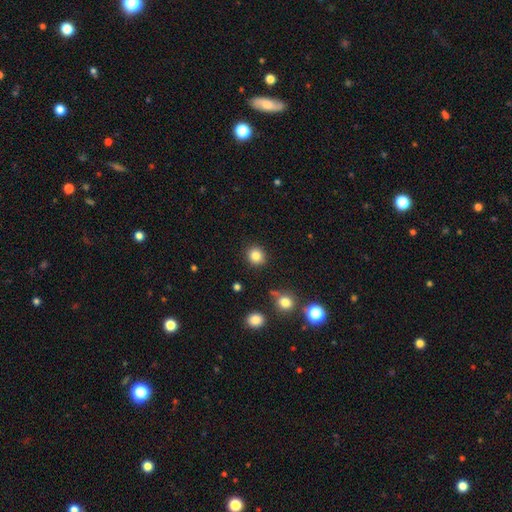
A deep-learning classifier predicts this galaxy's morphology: smooth-or-featured: smooth: 84% | star or artifact: 11% | featured or disk: 5%
  how-rounded: round: 87% | in between: 12% | cigar-shaped: 1%
  merging: none: 89% | minor disturbance: 7% | major disturbance: 2% | merger: 2%